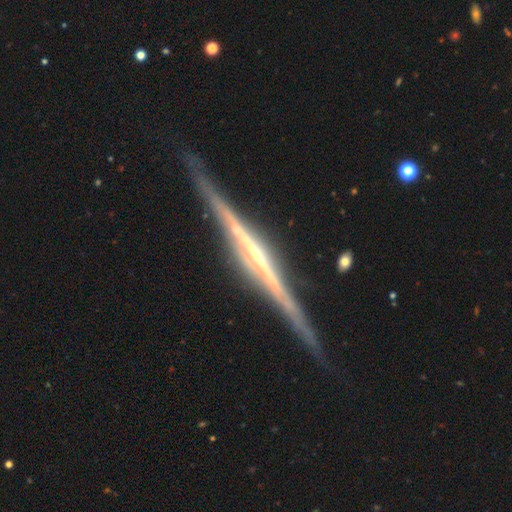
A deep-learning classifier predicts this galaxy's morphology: Overall: featured or disk (89%). Edge-on disk: yes (98%). Edge-on bulge: none (43%; rounded 36%). Merging: none (88%).